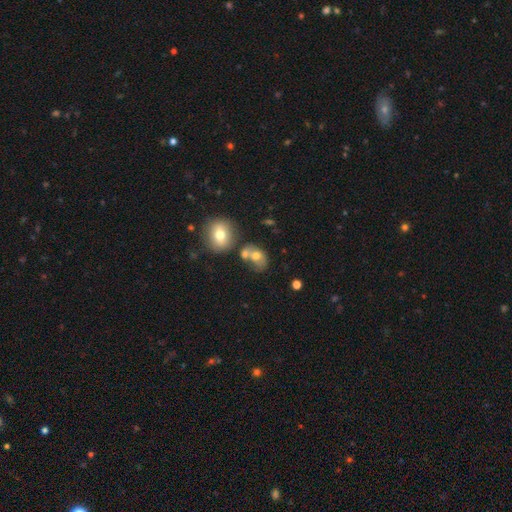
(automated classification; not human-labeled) A smooth galaxy with no disk features (65%) that is in between round and cigar-shaped (56%).

Vote fractions:
- Smooth or featured? smooth: 65% / featured or disk: 22% / star or artifact: 13%
- How rounded? in between: 56% / round: 43% / cigar-shaped: 1%
- Merging? merger: 49% / none: 30% / minor disturbance: 13% / major disturbance: 8%